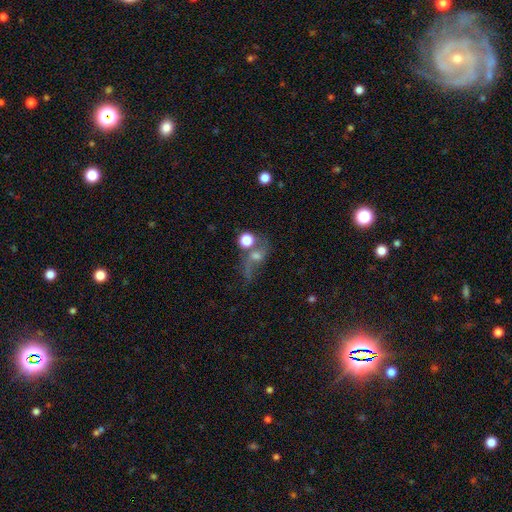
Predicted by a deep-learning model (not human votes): Smooth or featured: featured or disk — 38% (smooth — 33%)
Merging: none — 39% (merger — 25%)